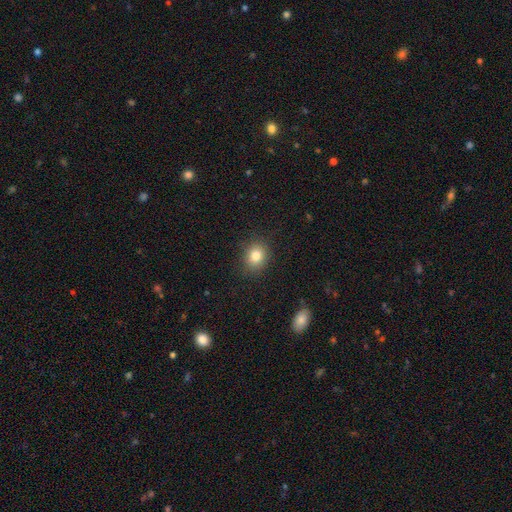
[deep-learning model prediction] Q: Smooth or featured?
A: smooth (81%); runner-up: star or artifact (11%)
Q: How rounded?
A: round (65%); runner-up: in between (34%)
Q: Merging?
A: none (87%); runner-up: minor disturbance (9%)